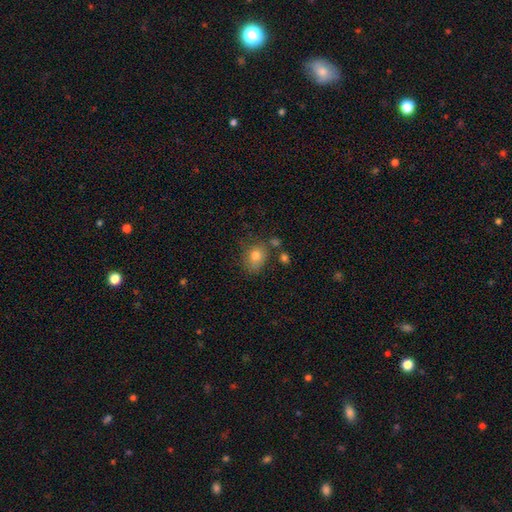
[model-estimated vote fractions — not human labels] smooth-or-featured: smooth: 79% | featured or disk: 11% | star or artifact: 11%
  how-rounded: in between: 53% | round: 46% | cigar-shaped: 1%
  merging: none: 63% | minor disturbance: 21% | merger: 10% | major disturbance: 7%